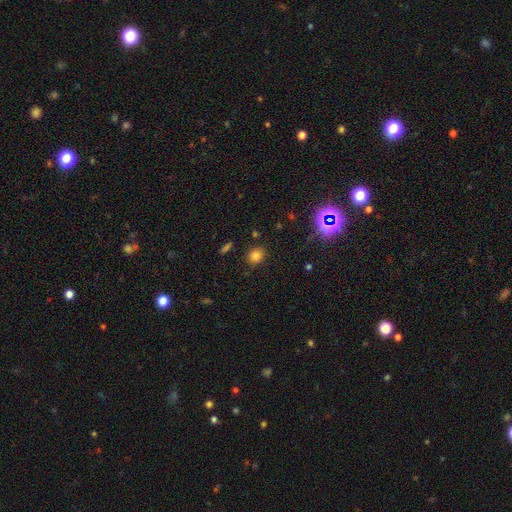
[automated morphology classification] A smooth galaxy with no disk features (78%) that is round (67%).

Vote fractions:
- Smooth or featured? smooth: 78% / star or artifact: 16% / featured or disk: 6%
- How rounded? round: 67% / in between: 31% / cigar-shaped: 1%
- Merging? none: 86% / minor disturbance: 9% / major disturbance: 3% / merger: 2%